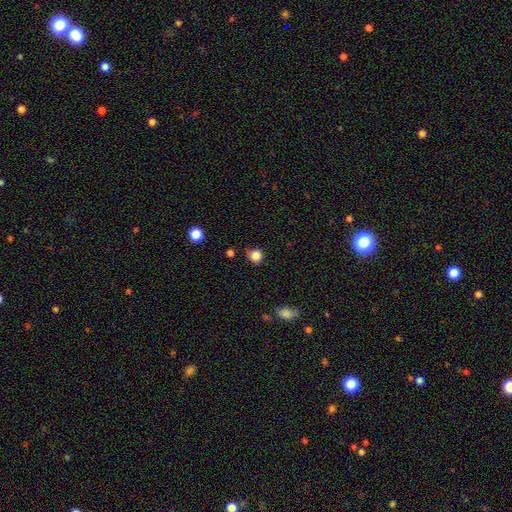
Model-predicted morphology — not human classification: Smooth or featured?
  - smooth: 84% *
  - star or artifact: 12%
  - featured or disk: 4%
How rounded?
  - round: 88% *
  - in between: 11%
  - cigar-shaped: 1%
Merging?
  - none: 84% *
  - minor disturbance: 12%
  - major disturbance: 3%
  - merger: 2%